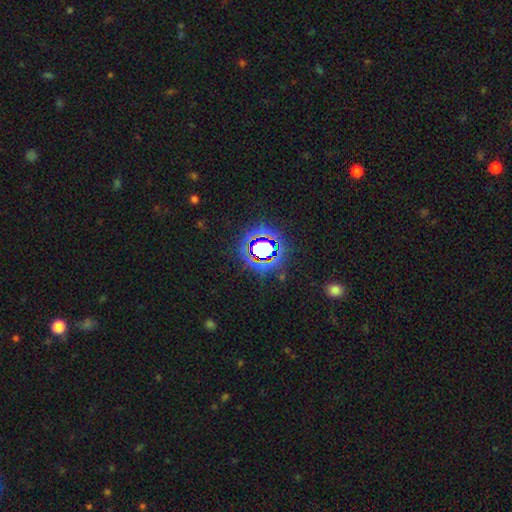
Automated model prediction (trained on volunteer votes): Smooth or featured: star or artifact — 77% (smooth — 15%)